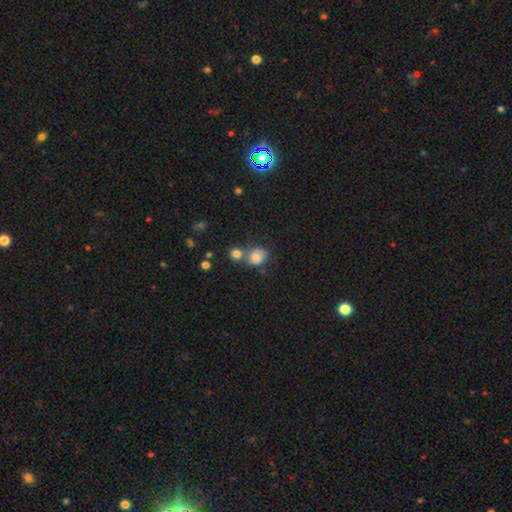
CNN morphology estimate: Smooth or featured? smooth (66%)
How rounded? round (67%)
Merging? none (49%)